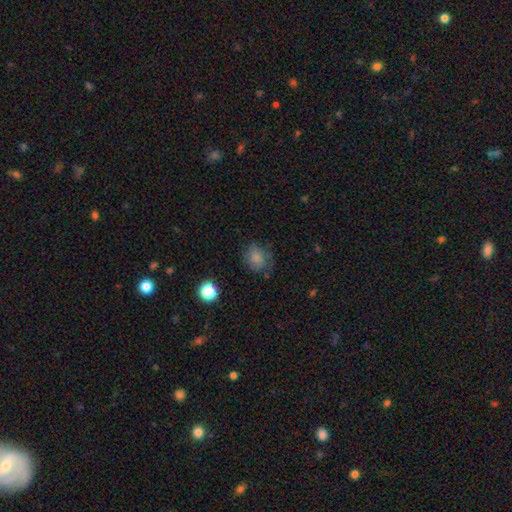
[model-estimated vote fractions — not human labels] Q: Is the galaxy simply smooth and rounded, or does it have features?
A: smooth — 63%.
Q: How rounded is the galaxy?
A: round — 64%.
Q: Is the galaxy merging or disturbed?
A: none — 70%.